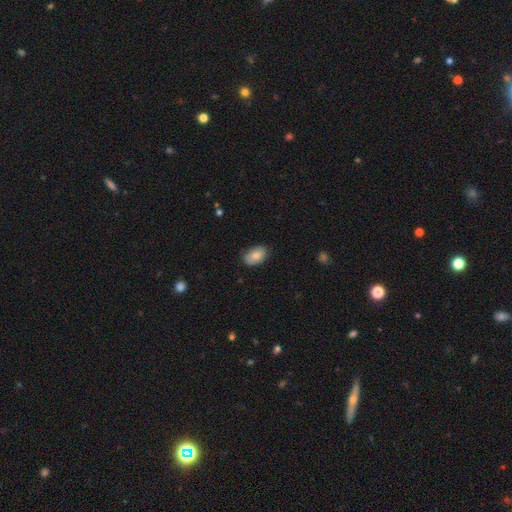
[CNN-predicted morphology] A smooth galaxy with no disk features (81%) that is in between round and cigar-shaped (90%).

Vote fractions:
- Smooth or featured? smooth: 81% / featured or disk: 12% / star or artifact: 7%
- How rounded? in between: 90% / round: 8% / cigar-shaped: 1%
- Merging? none: 75% / minor disturbance: 20% / major disturbance: 3% / merger: 1%